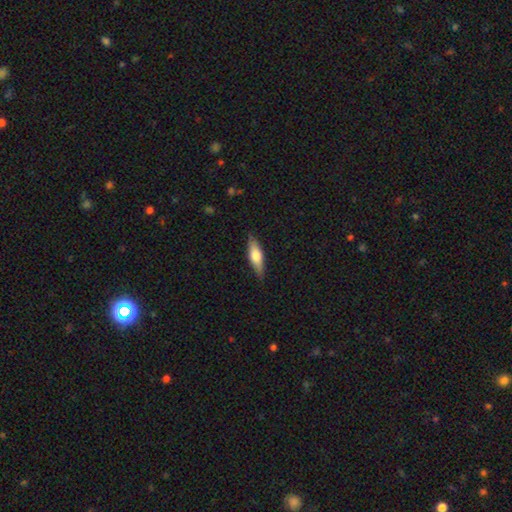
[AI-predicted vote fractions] smooth-or-featured: smooth: 60% | featured or disk: 34% | star or artifact: 6%
  how-rounded: cigar-shaped: 52% | in between: 46% | round: 2%
  merging: none: 83% | minor disturbance: 13% | major disturbance: 2% | merger: 1%